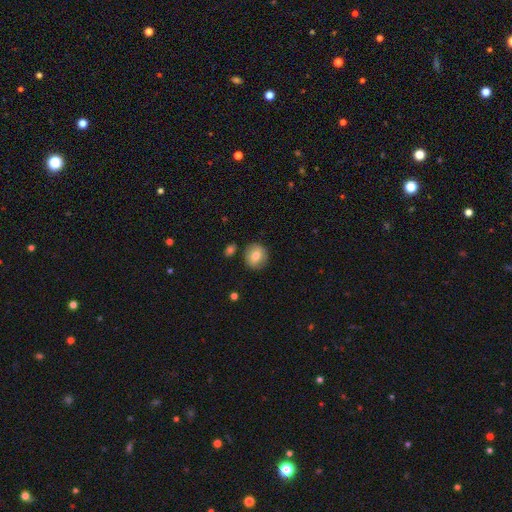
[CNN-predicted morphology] Smooth or featured: smooth — 74% (featured or disk — 18%)
How rounded: round — 82% (in between — 17%)
Merging: none — 84% (minor disturbance — 10%)